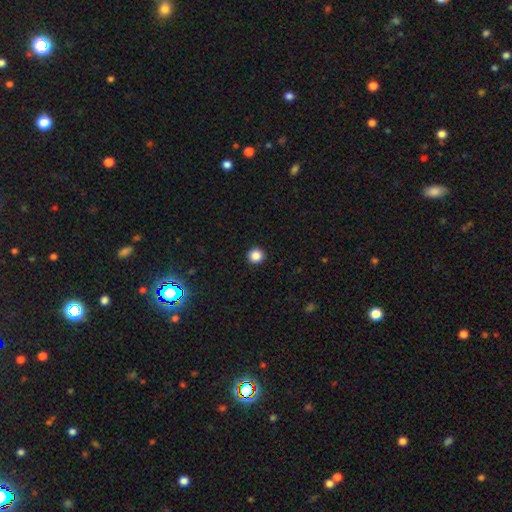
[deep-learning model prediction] Smooth or featured?
  - smooth: 86% *
  - star or artifact: 11%
  - featured or disk: 3%
How rounded?
  - round: 95% *
  - in between: 4%
  - cigar-shaped: 1%
Merging?
  - none: 94% *
  - minor disturbance: 4%
  - major disturbance: 1%
  - merger: 1%